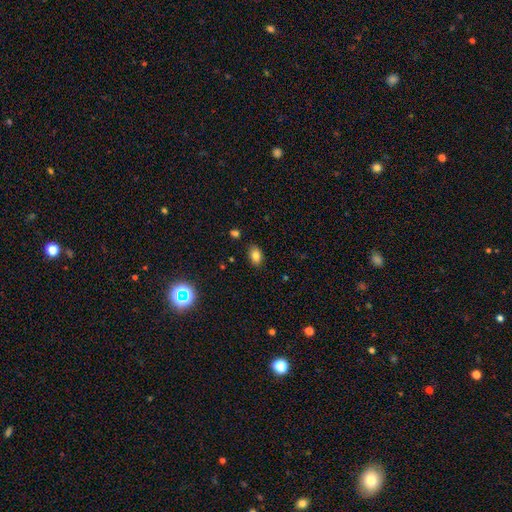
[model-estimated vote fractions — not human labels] The model was most divided on "how rounded": in between: 84%, round: 14%, cigar-shaped: 2%. More confident: merging — none (85%); smooth or featured — smooth (81%).